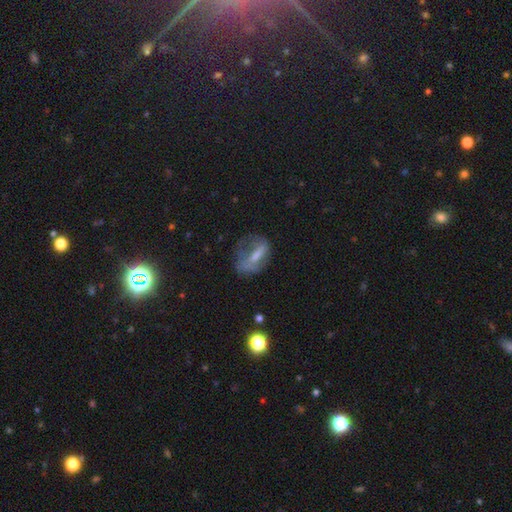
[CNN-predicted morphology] Smooth or featured? featured or disk (45%)
Merging? none (37%, tied with major disturbance)